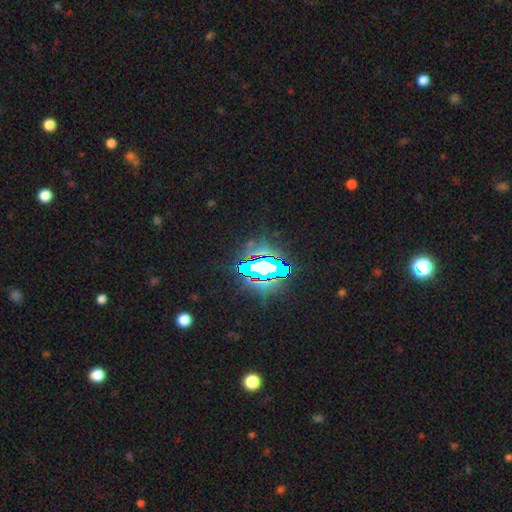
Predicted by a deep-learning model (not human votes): smooth_or_featured: star or artifact (p=0.83) [alt: smooth p=0.10]